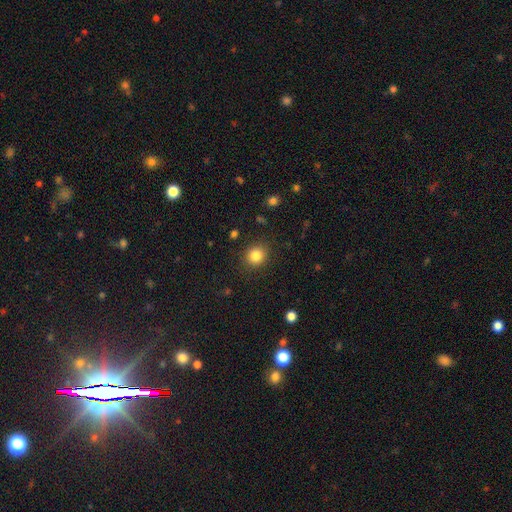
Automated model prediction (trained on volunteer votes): Q: Smooth or featured?
A: smooth (84%); runner-up: star or artifact (11%)
Q: How rounded?
A: round (81%); runner-up: in between (18%)
Q: Merging?
A: none (88%); runner-up: minor disturbance (8%)